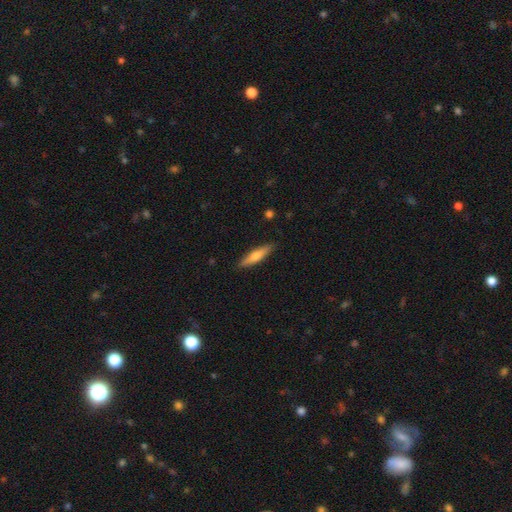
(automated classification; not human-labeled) A smooth galaxy with no disk features (61%) that is cigar-shaped (78%).

Vote fractions:
- Smooth or featured? smooth: 61% / featured or disk: 34% / star or artifact: 6%
- How rounded? cigar-shaped: 78% / in between: 20% / round: 2%
- Merging? none: 88% / minor disturbance: 9% / major disturbance: 2% / merger: 1%